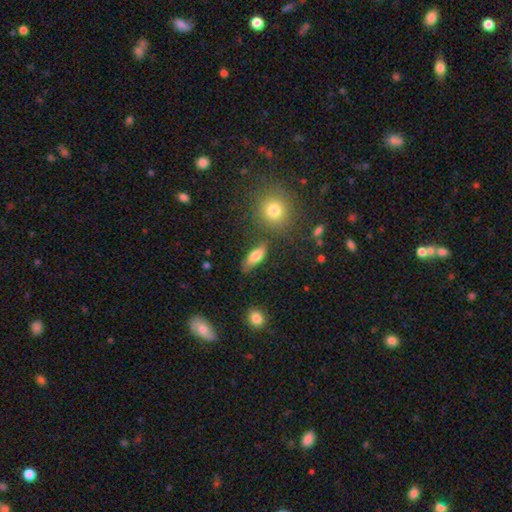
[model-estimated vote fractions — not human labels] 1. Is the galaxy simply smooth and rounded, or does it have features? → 77% smooth, 15% featured or disk, 8% star or artifact.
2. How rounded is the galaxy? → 75% in between, 20% cigar-shaped, 5% round.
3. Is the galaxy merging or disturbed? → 71% none, 18% minor disturbance, 6% merger, 5% major disturbance.